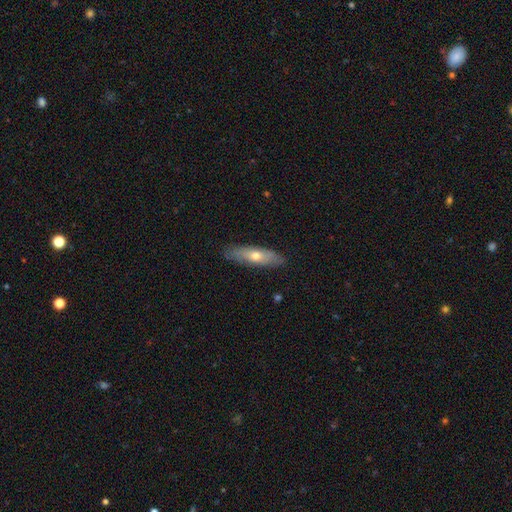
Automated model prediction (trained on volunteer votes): Morphology: type=smooth (52%); roundness=cigar-shaped (62%); merging=none (86%).